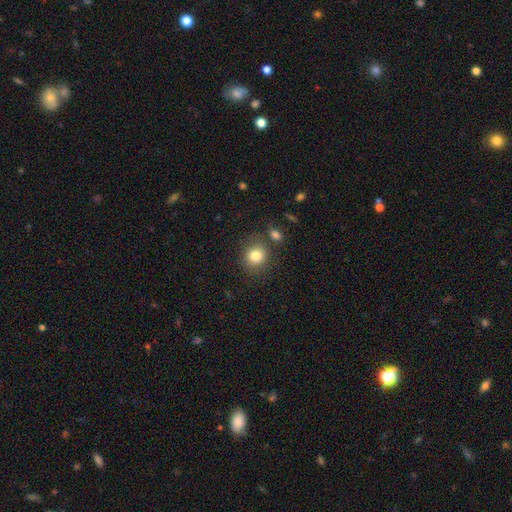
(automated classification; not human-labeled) This is clearly a smooth galaxy (81%). How rounded: likely round (78%). Merging: likely none (78%).